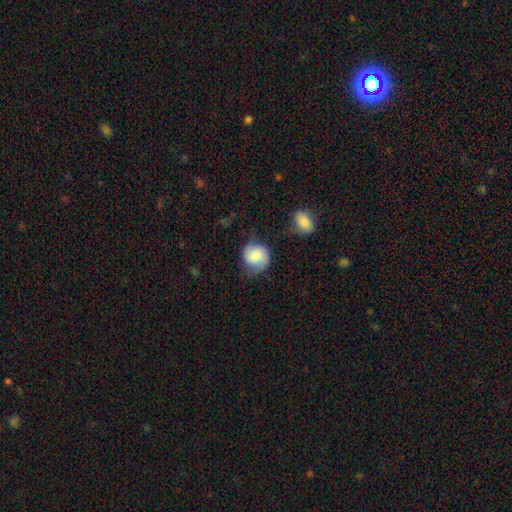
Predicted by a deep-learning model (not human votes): Smooth or featured? smooth (76%)
How rounded? round (83%)
Merging? none (57%)